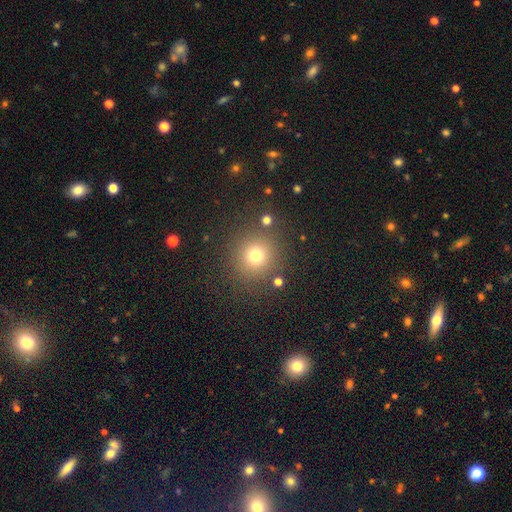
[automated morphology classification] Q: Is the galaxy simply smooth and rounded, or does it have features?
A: smooth — 73%.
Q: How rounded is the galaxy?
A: round — 93%.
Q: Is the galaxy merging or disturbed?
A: none — 85%.